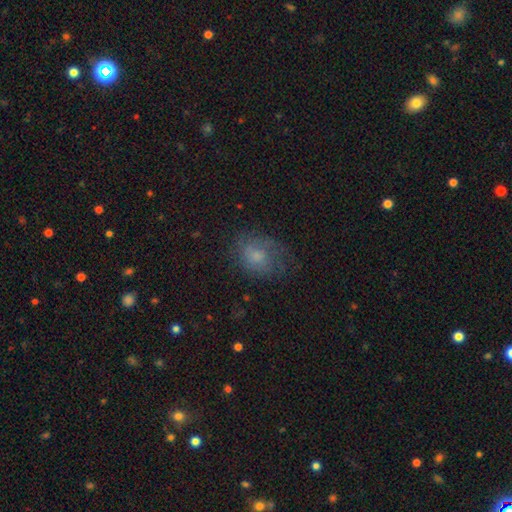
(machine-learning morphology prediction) The model was most divided on "how rounded": in between: 57%, round: 42%, cigar-shaped: 1%. More confident: smooth or featured — smooth (59%); merging — none (56%).